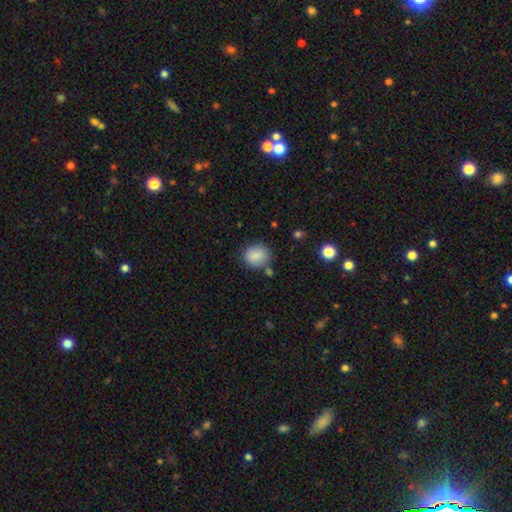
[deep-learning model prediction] Smooth or featured?
  - smooth: 85% *
  - star or artifact: 9%
  - featured or disk: 7%
How rounded?
  - round: 66% *
  - in between: 32%
  - cigar-shaped: 1%
Merging?
  - none: 74% *
  - minor disturbance: 15%
  - merger: 7%
  - major disturbance: 4%